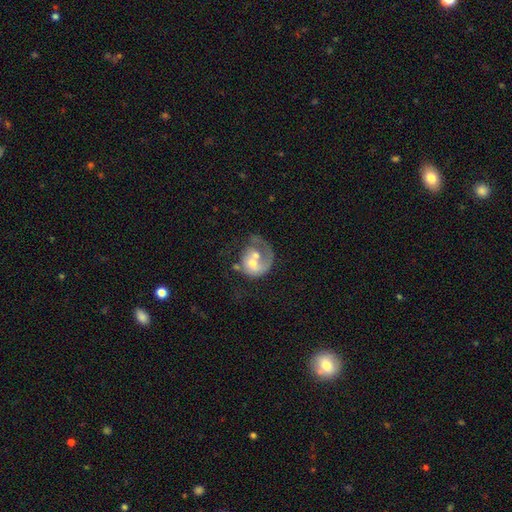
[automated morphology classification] Smooth or featured? Predicted: featured or disk (p=0.66). Edge-on disk? Predicted: no (p=0.98). Bar? Predicted: no (p=0.79). Spiral arms? Predicted: yes (p=0.69). Bulge size? Predicted: moderate (p=0.62). Merging? Predicted: merger (p=0.35).